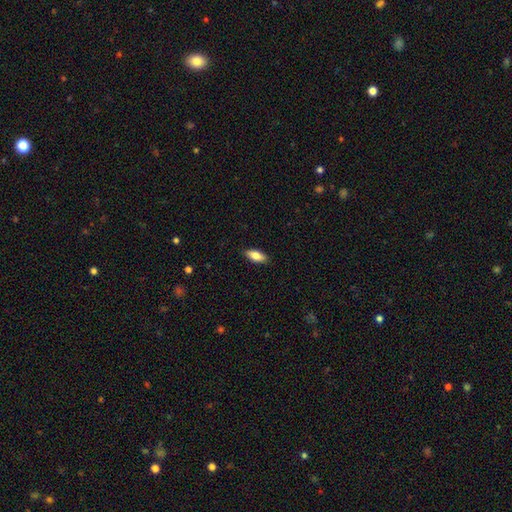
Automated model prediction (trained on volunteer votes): Smooth or featured? smooth (80%)
How rounded? in between (80%)
Merging? none (89%)